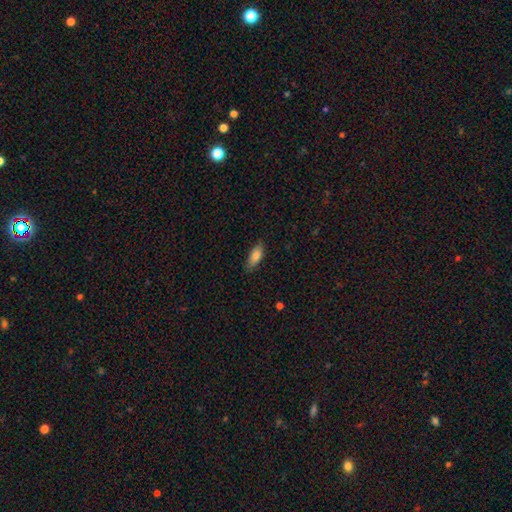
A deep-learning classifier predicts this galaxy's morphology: Overall: smooth (82%). How rounded: in between (76%). Merging: none (83%).